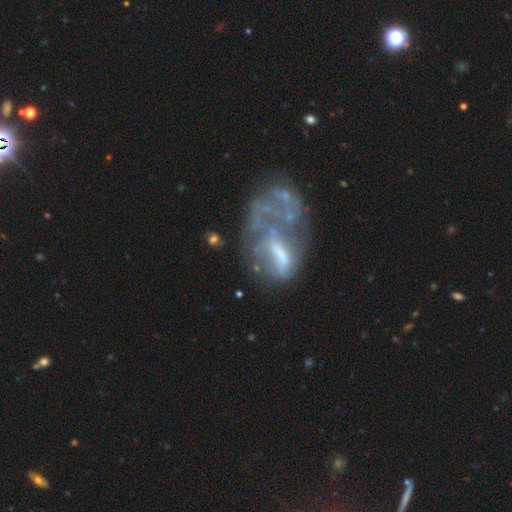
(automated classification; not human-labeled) Overall: featured or disk (63%; smooth 23%). Edge-on disk: no (96%). Bar: no (67%). Spiral arms: no (79%). Bulge size: none (41%; moderate 29%). Merging: major disturbance (40%; none 28%).